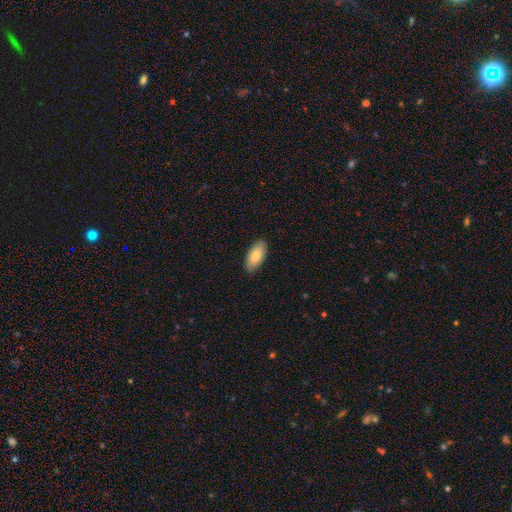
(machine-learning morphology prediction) This is clearly a smooth galaxy (81%). How rounded: clearly in between (93%). Merging: clearly none (86%).